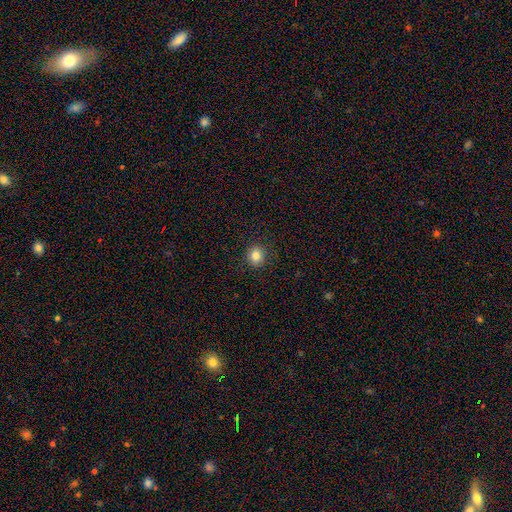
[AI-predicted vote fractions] Smooth or featured? smooth (83%)
How rounded? round (85%)
Merging? none (90%)